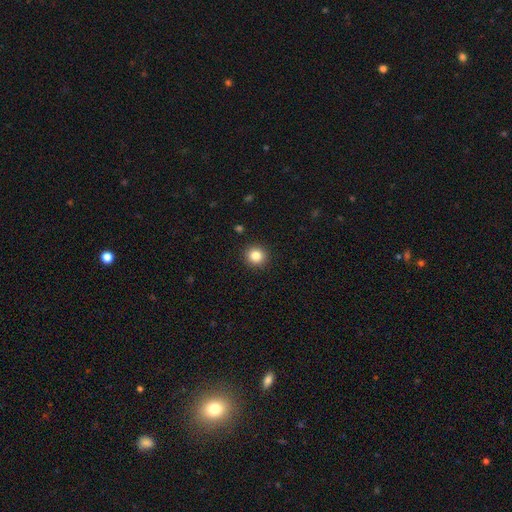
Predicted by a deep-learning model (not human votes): smooth_or_featured: smooth (p=0.84) [alt: star or artifact p=0.11]
how_rounded: round (p=0.91) [alt: in between p=0.08]
merging: none (p=0.92) [alt: minor disturbance p=0.05]